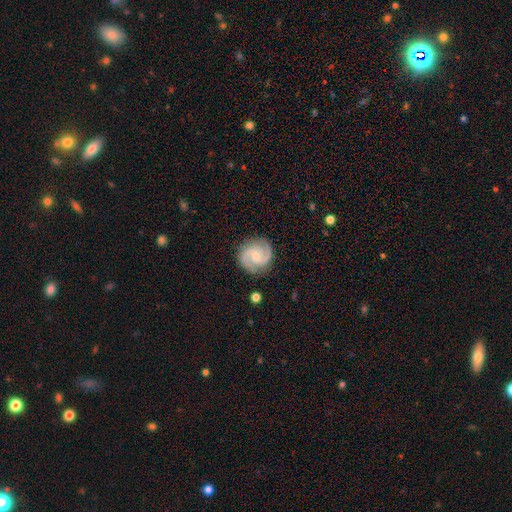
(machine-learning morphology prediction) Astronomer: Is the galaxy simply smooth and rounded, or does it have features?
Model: featured or disk — 89%.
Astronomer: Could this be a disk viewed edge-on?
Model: no — 98%.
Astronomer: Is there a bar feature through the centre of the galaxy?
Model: no — 46% (runner-up: weak, 44%).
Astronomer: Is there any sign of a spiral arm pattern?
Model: yes — 98%.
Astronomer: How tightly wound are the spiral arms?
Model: medium — 56% (runner-up: tight, 32%).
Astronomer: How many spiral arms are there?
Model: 2 — 91%.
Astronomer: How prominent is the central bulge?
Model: small — 60%.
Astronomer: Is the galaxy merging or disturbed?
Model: none — 85%.